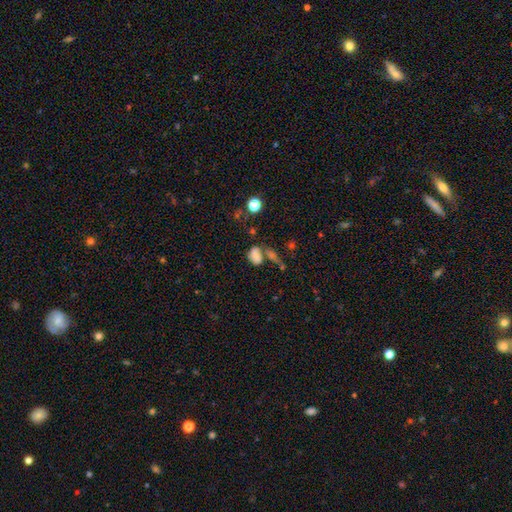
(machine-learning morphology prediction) smooth 63%, featured or disk 20%, star or artifact 17%. Down the decision tree: how rounded — in between (77%); merging — none (34%, tied with merger).